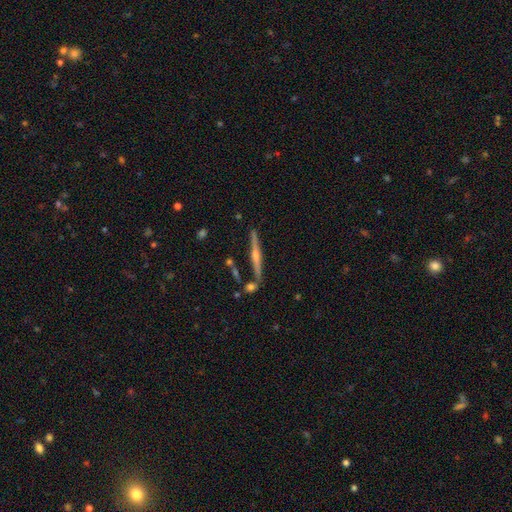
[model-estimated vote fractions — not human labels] The model was most divided on "smooth or featured": featured or disk: 78%, smooth: 16%, star or artifact: 6%. More confident: edge-on disk — yes (98%); merging — none (85%); edge-on bulge — rounded (81%).